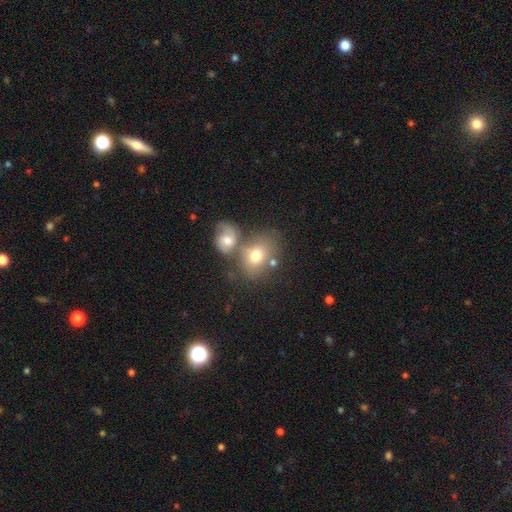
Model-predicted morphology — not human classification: smooth 65%, featured or disk 25%, star or artifact 10%. Down the decision tree: how rounded — in between (56%); merging — merger (45%).